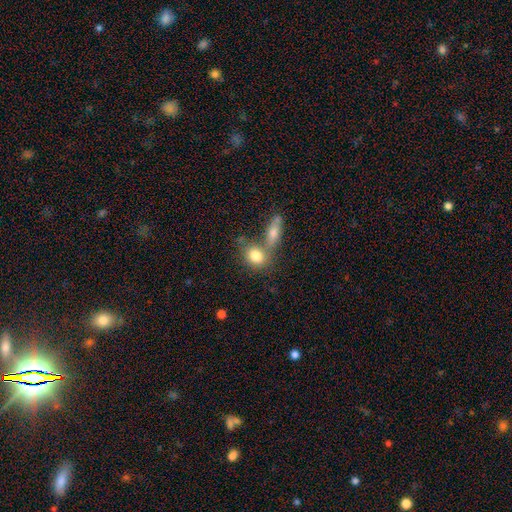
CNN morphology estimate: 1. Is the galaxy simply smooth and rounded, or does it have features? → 80% smooth, 12% featured or disk, 8% star or artifact.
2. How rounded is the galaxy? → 53% in between, 44% round, 3% cigar-shaped.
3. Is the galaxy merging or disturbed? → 43% none, 41% merger, 11% minor disturbance, 4% major disturbance.